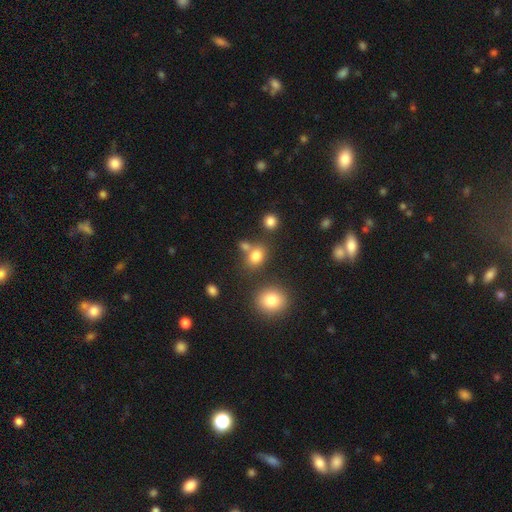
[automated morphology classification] The model was most divided on "how rounded": in between: 58%, round: 40%, cigar-shaped: 1%. More confident: smooth or featured — smooth (79%); merging — none (61%).